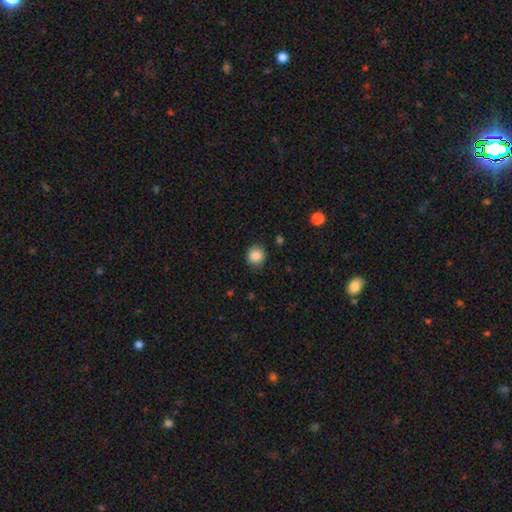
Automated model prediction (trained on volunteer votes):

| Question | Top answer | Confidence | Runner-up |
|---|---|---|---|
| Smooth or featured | smooth | 87% | star or artifact (9%) |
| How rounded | round | 79% | in between (20%) |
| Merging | none | 84% | minor disturbance (11%) |